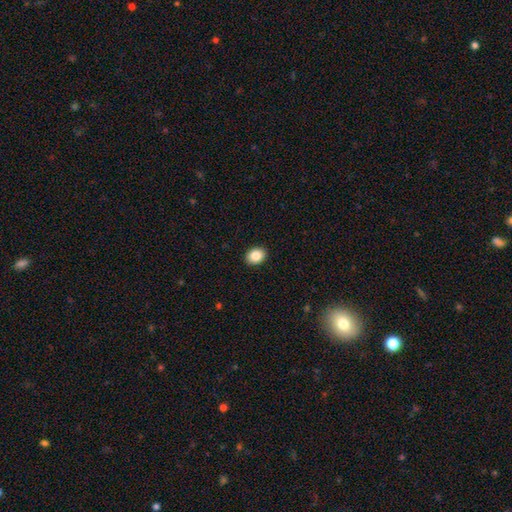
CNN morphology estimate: This is clearly a smooth galaxy (87%). How rounded: likely in between (60%). Merging: clearly none (92%).